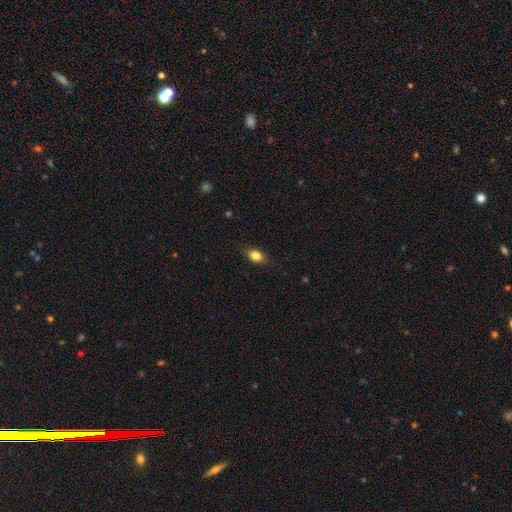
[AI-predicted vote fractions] A smooth galaxy with no disk features (82%) that is in between round and cigar-shaped (80%).

Vote fractions:
- Smooth or featured? smooth: 82% / featured or disk: 9% / star or artifact: 9%
- How rounded? in between: 80% / round: 15% / cigar-shaped: 5%
- Merging? none: 85% / minor disturbance: 12% / major disturbance: 3% / merger: 1%